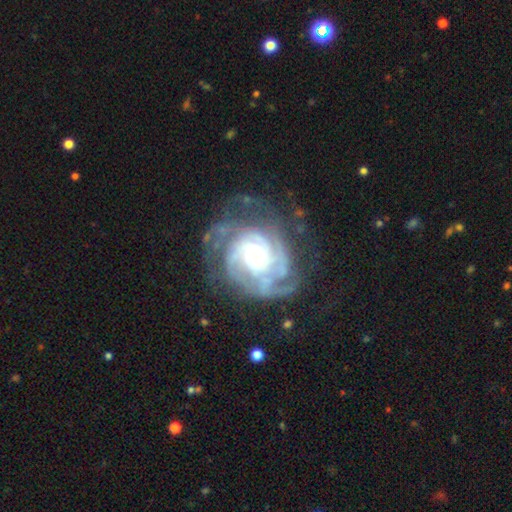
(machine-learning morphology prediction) A featured or disk galaxy (89%) with no bar (75%), tight (69%) spiral arms (97%) and a small central bulge (65%).

Vote fractions:
- Smooth or featured? featured or disk: 89% / smooth: 6% / star or artifact: 5%
- Edge-on disk? no: 98% / yes: 2%
- Bar? no: 75% / weak: 18% / strong: 6%
- Spiral arms? yes: 97% / no: 3%
- Spiral winding? tight: 69% / medium: 26% / loose: 5%
- Spiral arm count? can't tell: 26% / 3: 23% / 4: 20% / 2: 16% / more than 4: 10% / 1: 7%
- Bulge size? small: 65% / moderate: 26% / large: 6% / none: 2% / dominant: 2%
- Merging? none: 60% / minor disturbance: 21% / major disturbance: 17% / merger: 2%